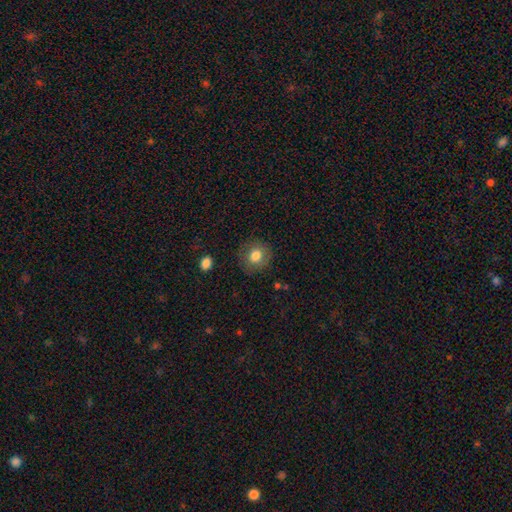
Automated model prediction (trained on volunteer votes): Smooth or featured? smooth (79%)
How rounded? round (86%)
Merging? none (85%)